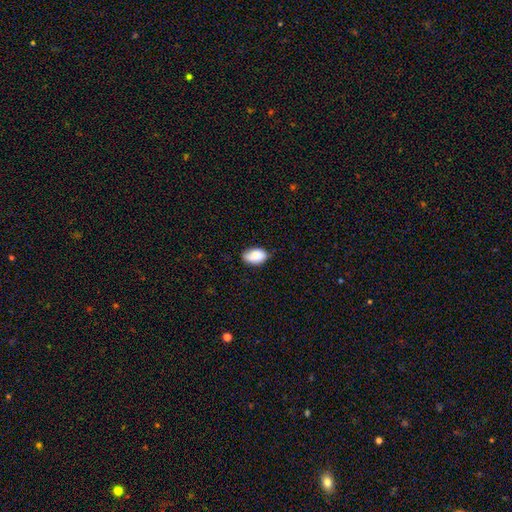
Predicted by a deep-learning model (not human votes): Morphology: type=smooth (84%); roundness=in between (90%); merging=none (77%).